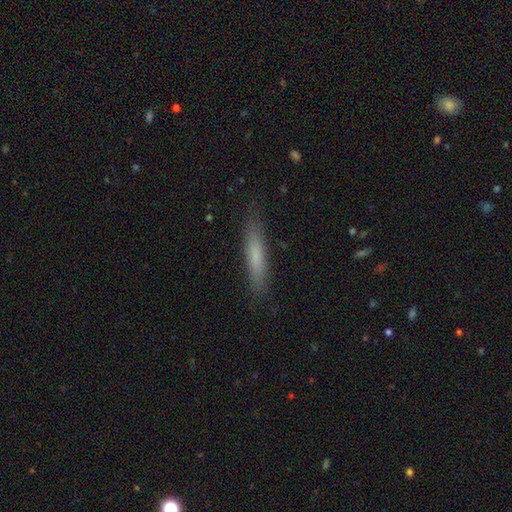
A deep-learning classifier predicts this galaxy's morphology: Smooth or featured? Predicted: smooth (p=0.71). How rounded? Predicted: cigar-shaped (p=0.89). Merging? Predicted: none (p=0.85).